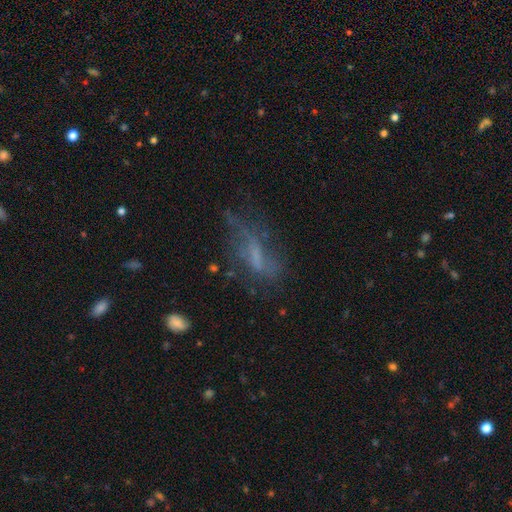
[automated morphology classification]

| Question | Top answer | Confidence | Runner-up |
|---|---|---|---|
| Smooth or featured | featured or disk | 45% | smooth (38%) |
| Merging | none | 44% | major disturbance (27%) |